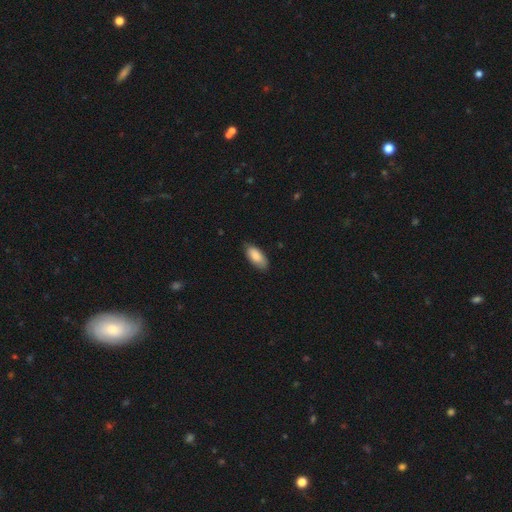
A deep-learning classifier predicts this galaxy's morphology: smooth-or-featured: smooth: 85% | featured or disk: 9% | star or artifact: 6%
  how-rounded: in between: 90% | cigar-shaped: 8% | round: 2%
  merging: none: 80% | minor disturbance: 17% | major disturbance: 3% | merger: 1%